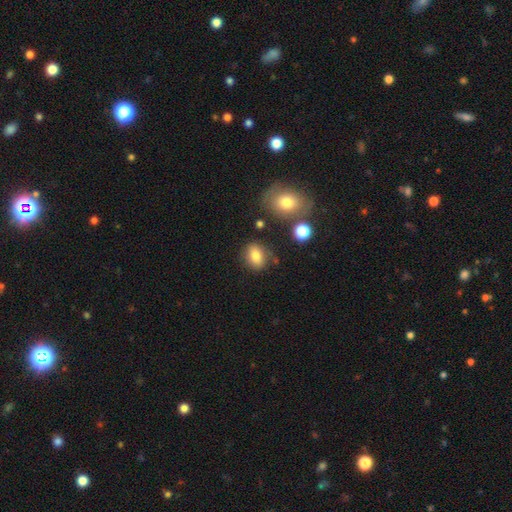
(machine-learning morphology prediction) Smooth or featured: smooth — 79% (star or artifact — 10%)
How rounded: in between — 62% (round — 36%)
Merging: none — 77% (minor disturbance — 14%)